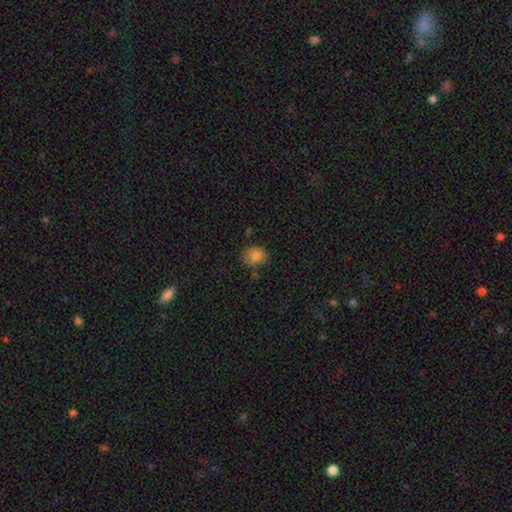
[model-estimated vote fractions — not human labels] Smooth or featured? Predicted: smooth (p=0.83). How rounded? Predicted: round (p=0.59). Merging? Predicted: none (p=0.73).